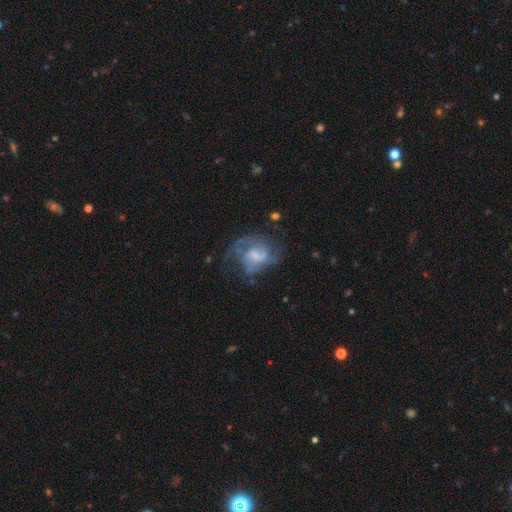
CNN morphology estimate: Q: Smooth or featured?
A: featured or disk (66%); runner-up: smooth (25%)
Q: Edge-on disk?
A: no (98%); runner-up: yes (2%)
Q: Bar?
A: no (50%); runner-up: weak (41%)
Q: Spiral arms?
A: yes (71%); runner-up: no (29%)
Q: Bulge size?
A: small (31%); runner-up: none (29%)
Q: Merging?
A: none (39%); runner-up: major disturbance (36%)